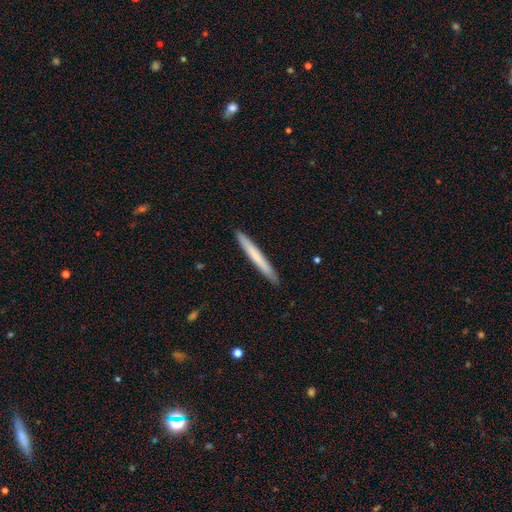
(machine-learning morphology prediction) smooth 67%, featured or disk 28%, star or artifact 5%. Down the decision tree: how rounded — cigar-shaped (97%); merging — none (92%).